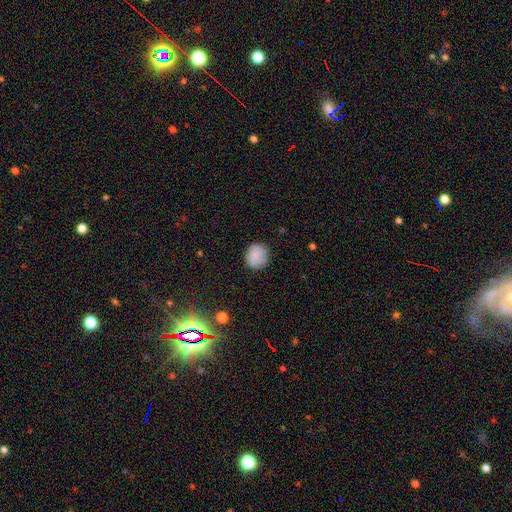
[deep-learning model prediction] Overall: smooth (84%). How rounded: round (87%). Merging: none (82%).